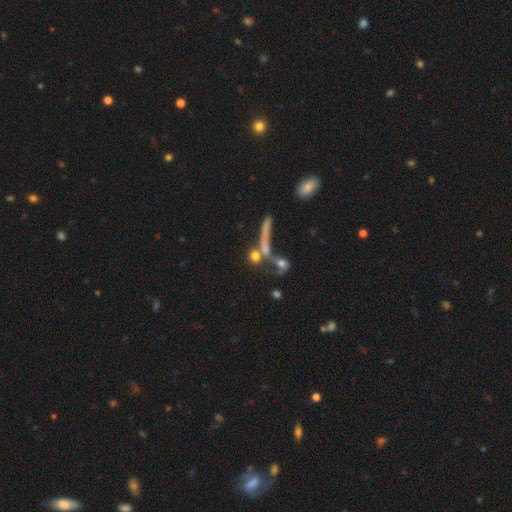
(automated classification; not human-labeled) Q: Smooth or featured?
A: smooth (62%); runner-up: featured or disk (24%)
Q: How rounded?
A: round (55%); runner-up: cigar-shaped (25%)
Q: Merging?
A: merger (39%); runner-up: none (38%)